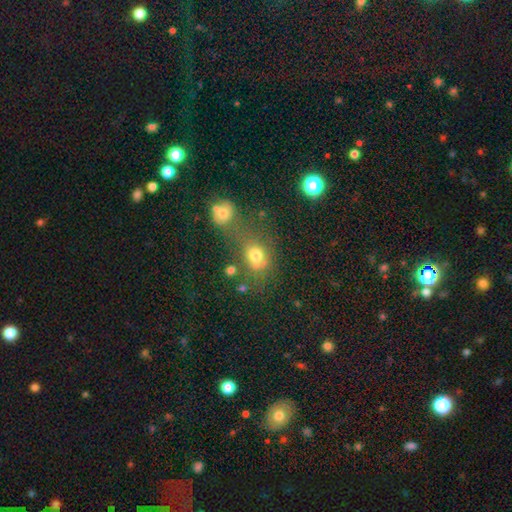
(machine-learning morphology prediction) A smooth galaxy with no disk features (71%) that is round (51%). Merging: none (43%).